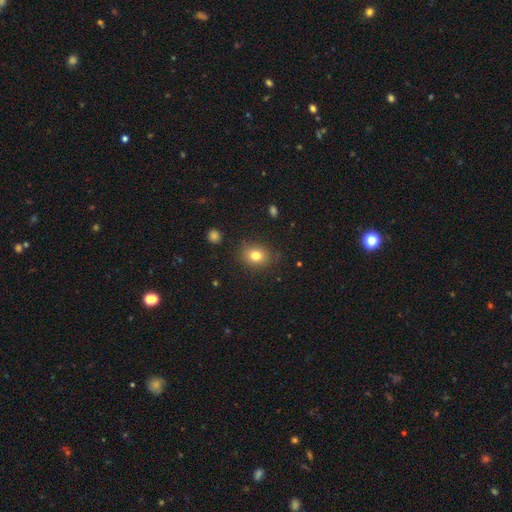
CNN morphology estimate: smooth_or_featured: smooth (p=0.79) [alt: star or artifact p=0.12]
how_rounded: round (p=0.57) [alt: in between p=0.42]
merging: none (p=0.82) [alt: minor disturbance p=0.13]